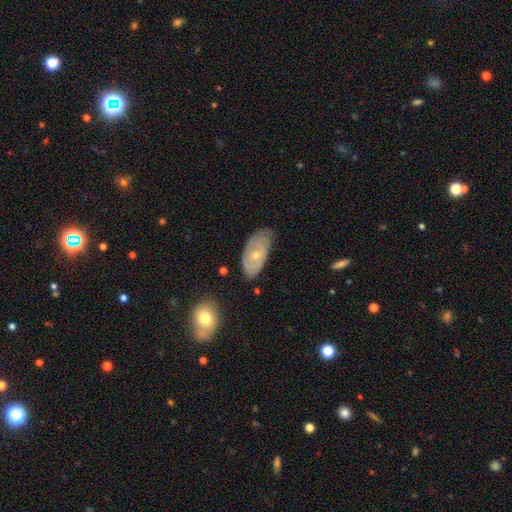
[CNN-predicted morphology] This is possibly a featured or disk galaxy (47%). Merging: possibly none (58%).